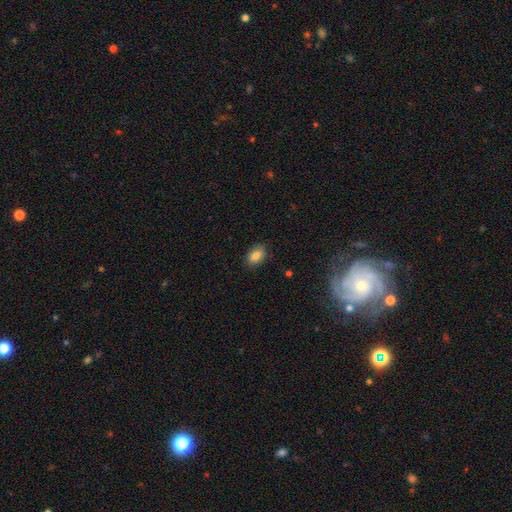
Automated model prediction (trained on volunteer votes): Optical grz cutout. It shows a smooth galaxy with no disk features (86%) that is in between round and cigar-shaped (90%). Merging: none (85%).